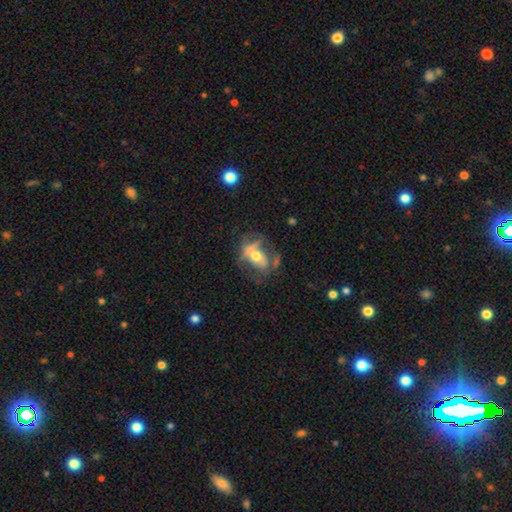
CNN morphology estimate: Smooth or featured? Predicted: featured or disk (p=0.56). Edge-on disk? Predicted: no (p=0.91). Bar? Predicted: no (p=0.65). Spiral arms? Predicted: no (p=0.64). Bulge size? Predicted: moderate (p=0.68). Merging? Predicted: none (p=0.36).